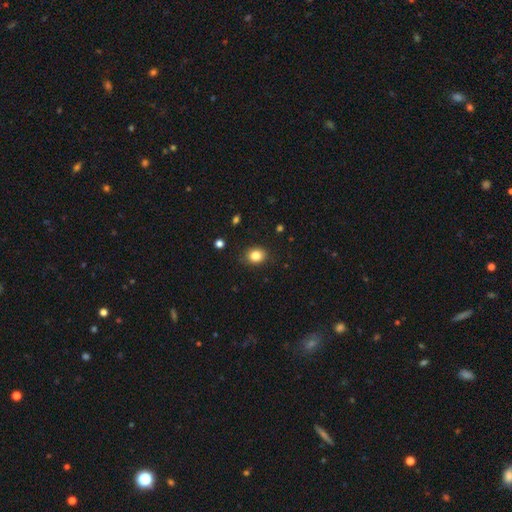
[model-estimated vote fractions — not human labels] Smooth or featured? Predicted: smooth (p=0.84). How rounded? Predicted: round (p=0.60). Merging? Predicted: none (p=0.85).